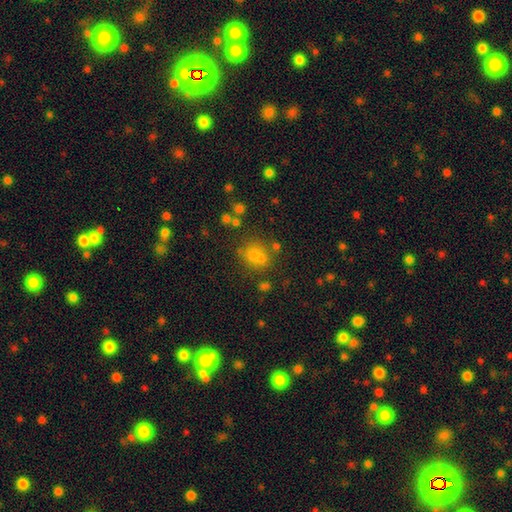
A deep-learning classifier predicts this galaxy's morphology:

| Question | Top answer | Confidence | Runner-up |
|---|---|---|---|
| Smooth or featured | smooth | 70% | star or artifact (18%) |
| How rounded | round | 59% | in between (40%) |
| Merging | none | 59% | minor disturbance (17%) |